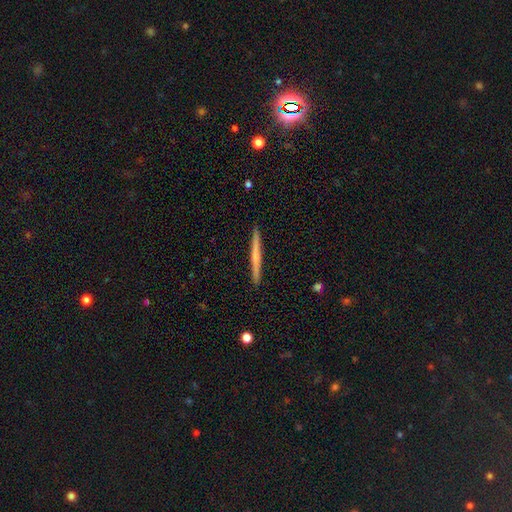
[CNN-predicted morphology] This is possibly a featured or disk galaxy (48%). Merging: clearly none (93%).